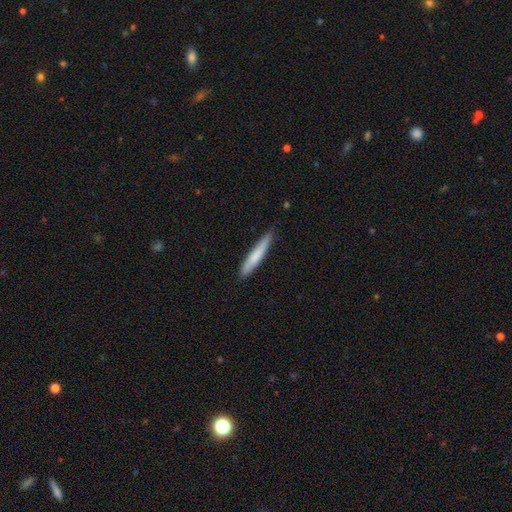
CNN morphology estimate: The model was most divided on "smooth or featured": smooth: 72%, featured or disk: 23%, star or artifact: 5%. More confident: how rounded — cigar-shaped (94%); merging — none (86%).